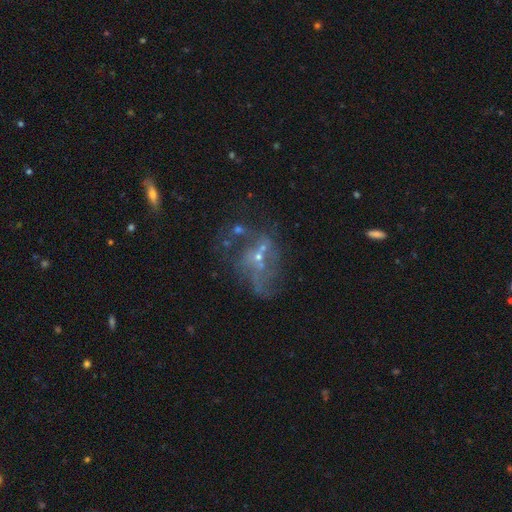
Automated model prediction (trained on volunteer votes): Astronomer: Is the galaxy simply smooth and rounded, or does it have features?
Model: featured or disk — 61%.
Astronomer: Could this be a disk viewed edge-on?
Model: no — 94%.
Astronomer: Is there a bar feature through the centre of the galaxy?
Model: no — 65%.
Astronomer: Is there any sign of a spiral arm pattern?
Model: no — 55% (runner-up: yes, 45%).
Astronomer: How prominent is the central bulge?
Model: small — 63%.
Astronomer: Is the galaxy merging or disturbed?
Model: none — 41% (runner-up: major disturbance, 28%).